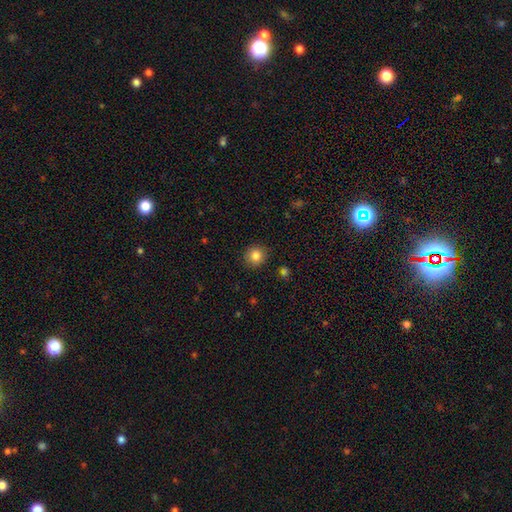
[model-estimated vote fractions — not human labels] This is clearly a smooth galaxy (83%). How rounded: clearly round (90%). Merging: clearly none (90%).